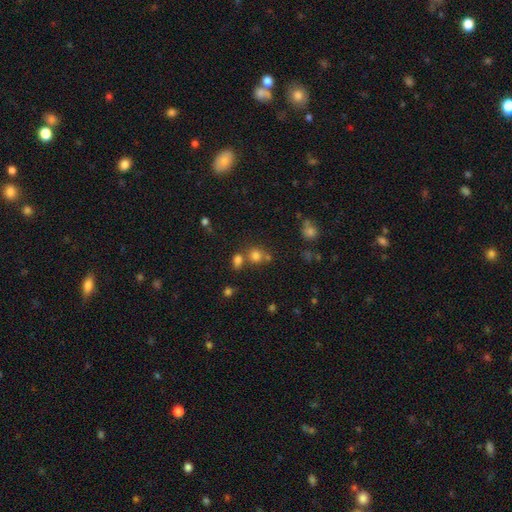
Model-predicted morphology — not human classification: Smooth or featured? smooth (75%)
How rounded? round (76%)
Merging? none (58%)